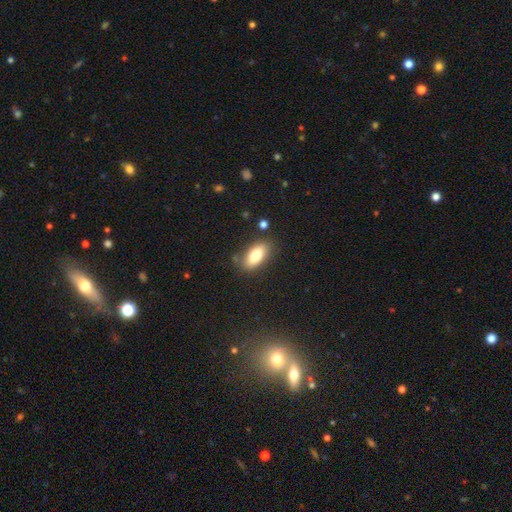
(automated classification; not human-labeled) Smooth or featured: smooth — 80% (featured or disk — 13%)
How rounded: in between — 85% (cigar-shaped — 12%)
Merging: none — 80% (minor disturbance — 13%)